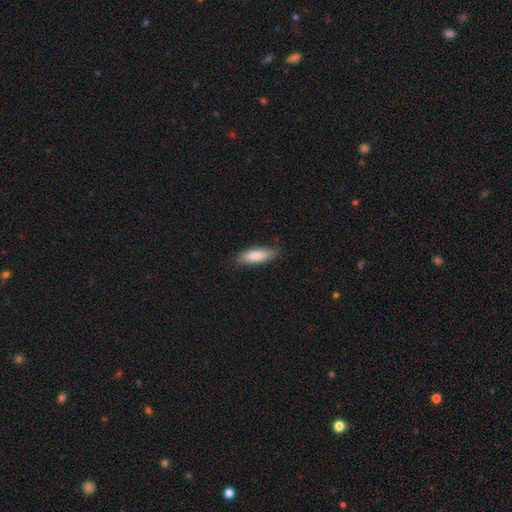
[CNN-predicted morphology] type=smooth (82%); roundness=in between (51%); merging=none (77%).